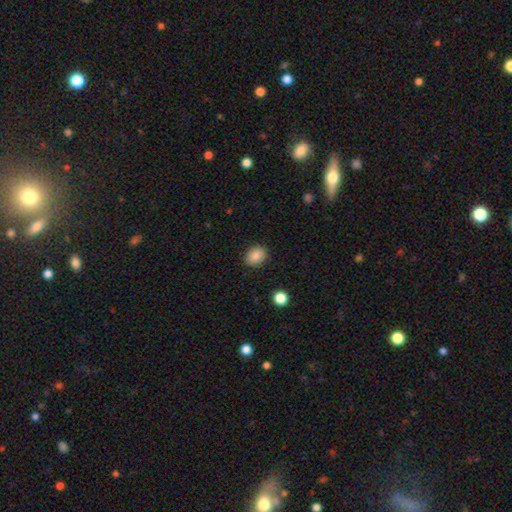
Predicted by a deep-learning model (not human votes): Overall: smooth (86%). How rounded: in between (54%; round 45%). Merging: none (88%).